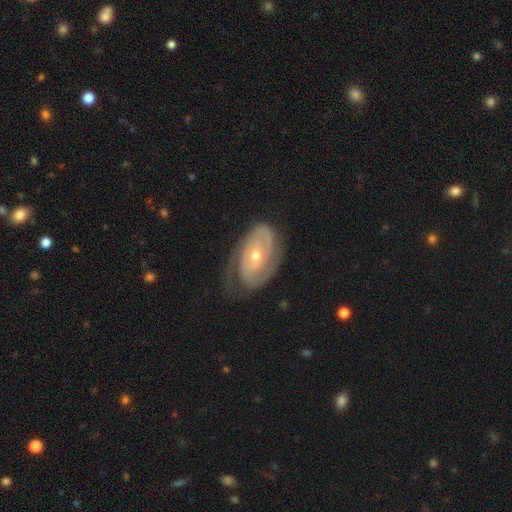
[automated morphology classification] This is clearly a featured or disk galaxy (83%). It is clearly not viewed edge-on (95%). Bar: likely no (68%). Spiral arm pattern: clearly yes (92%). Spiral arm count: possibly 2 (57%). Spiral winding: likely tight (67%). Central bulge: possibly small (58%). Merging: likely none (64%).